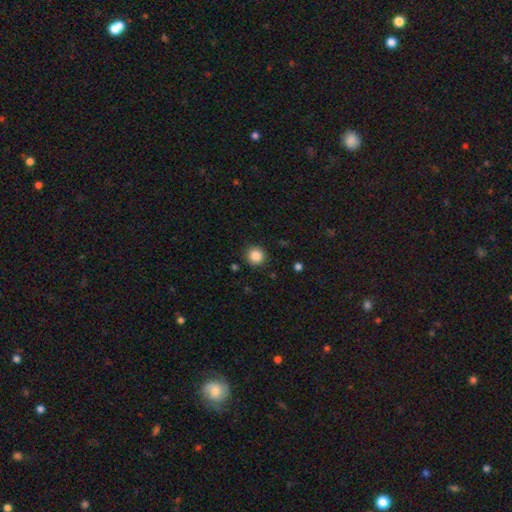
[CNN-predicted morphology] A smooth galaxy with no disk features (87%) that is round (93%).

Vote fractions:
- Smooth or featured? smooth: 87% / star or artifact: 10% / featured or disk: 3%
- How rounded? round: 93% / in between: 6% / cigar-shaped: 1%
- Merging? none: 90% / minor disturbance: 6% / major disturbance: 2% / merger: 1%